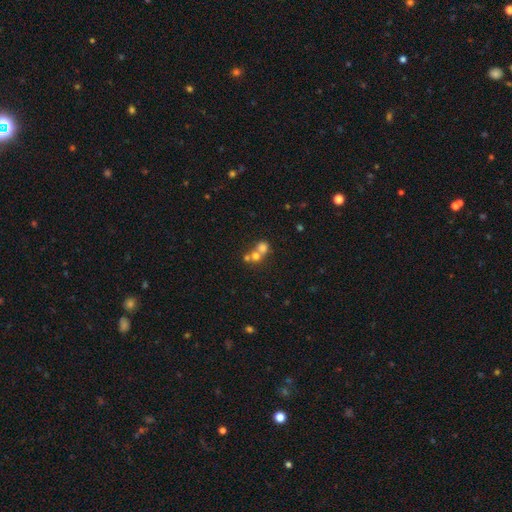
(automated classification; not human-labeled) Smooth or featured: smooth — 66% (featured or disk — 19%)
How rounded: round — 78% (in between — 21%)
Merging: merger — 62% (none — 29%)